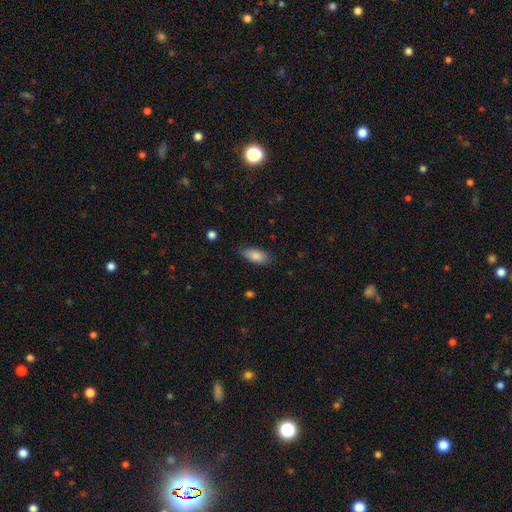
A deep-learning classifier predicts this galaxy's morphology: smooth_or_featured: smooth (p=0.86) [alt: featured or disk p=0.07]
how_rounded: in between (p=0.86) [alt: cigar-shaped p=0.11]
merging: none (p=0.77) [alt: minor disturbance p=0.18]